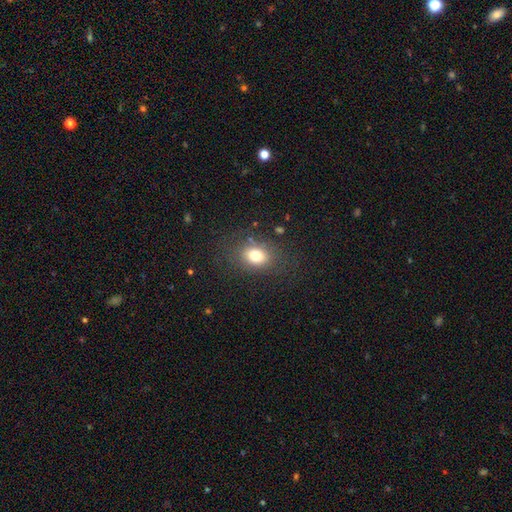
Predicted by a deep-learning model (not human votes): The model was most divided on "how rounded": in between: 62%, round: 37%, cigar-shaped: 1%. More confident: merging — none (78%); smooth or featured — smooth (76%).